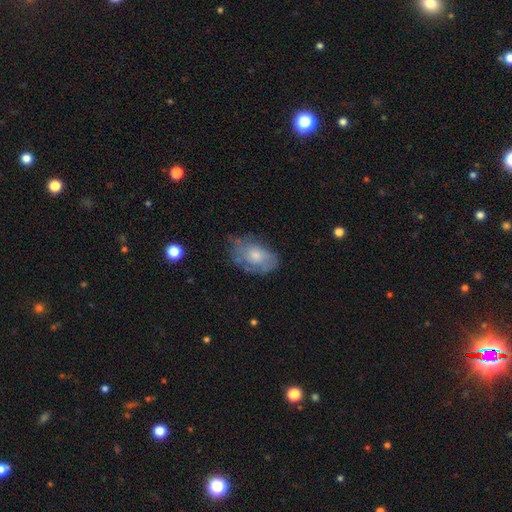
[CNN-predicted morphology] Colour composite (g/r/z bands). It shows a smooth galaxy with no disk features (48%). Merging: none (58%).